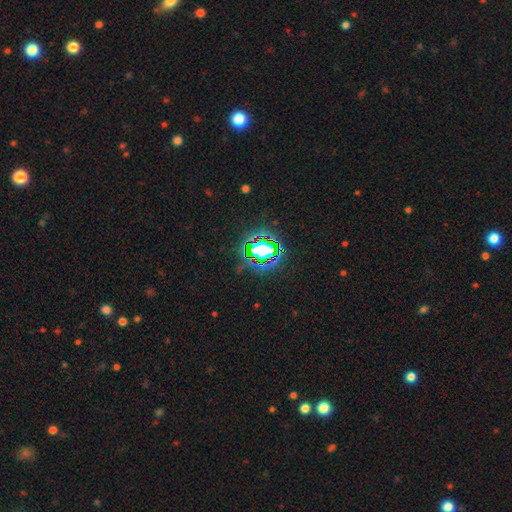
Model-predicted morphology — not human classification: Q: Smooth or featured?
A: star or artifact (81%); runner-up: smooth (11%)